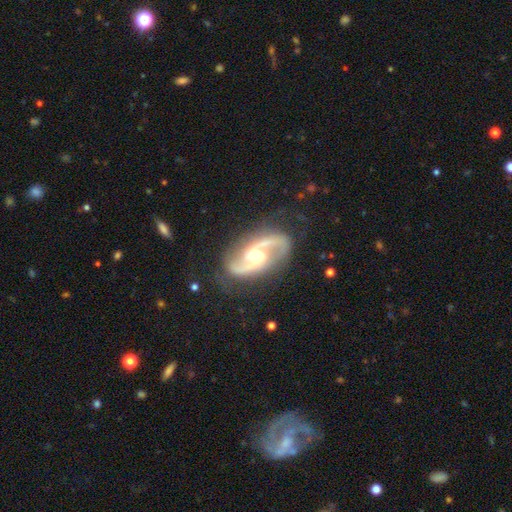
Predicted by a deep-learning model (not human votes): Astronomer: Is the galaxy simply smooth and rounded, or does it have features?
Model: featured or disk — 92%.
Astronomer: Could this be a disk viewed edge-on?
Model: no — 97%.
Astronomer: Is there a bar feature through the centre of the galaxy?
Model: no — 46% (runner-up: weak, 37%).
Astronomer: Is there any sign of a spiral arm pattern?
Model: yes — 98%.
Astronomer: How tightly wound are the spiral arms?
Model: medium — 49% (runner-up: loose, 40%).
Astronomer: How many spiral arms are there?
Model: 2 — 94%.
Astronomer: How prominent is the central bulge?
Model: moderate — 60%.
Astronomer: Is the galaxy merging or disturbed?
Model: none — 80%.